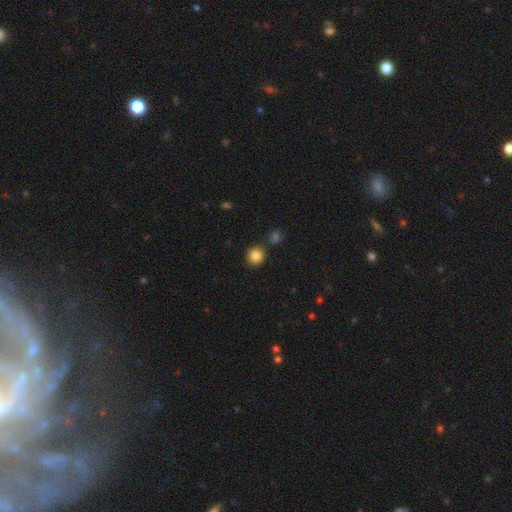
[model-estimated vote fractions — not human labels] Morphology: type=smooth (85%); roundness=round (86%); merging=none (82%).